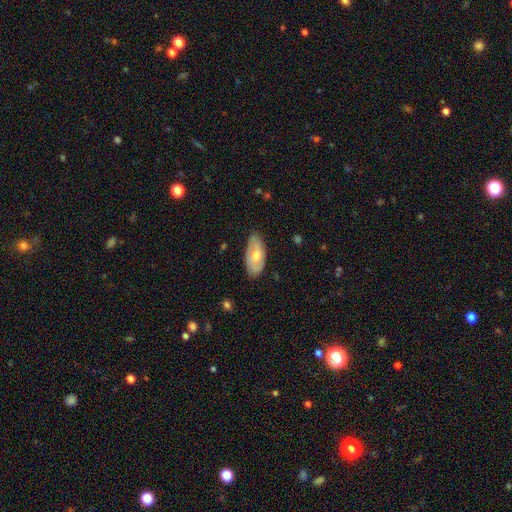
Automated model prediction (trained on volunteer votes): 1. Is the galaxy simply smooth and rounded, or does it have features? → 47% smooth, 46% featured or disk, 7% star or artifact.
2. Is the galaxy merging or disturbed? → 77% none, 19% minor disturbance, 3% major disturbance, 1% merger.